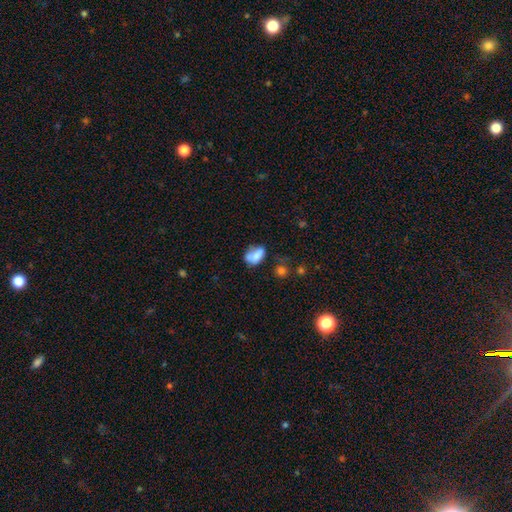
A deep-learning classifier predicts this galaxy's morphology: smooth_or_featured: smooth (p=0.71) [alt: featured or disk p=0.19]
how_rounded: in between (p=0.82) [alt: round p=0.16]
merging: none (p=0.37) [alt: minor disturbance p=0.26]